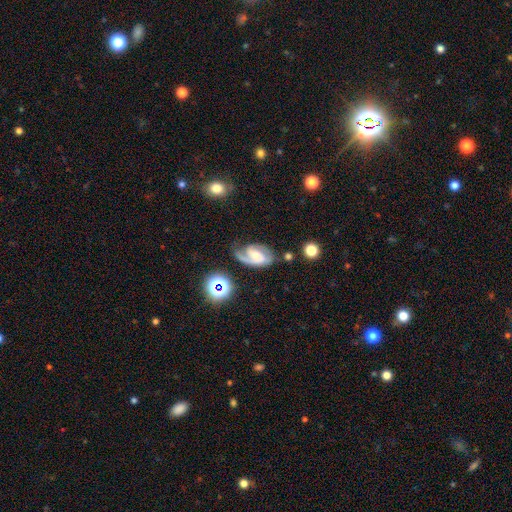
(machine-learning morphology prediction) smooth_or_featured: featured or disk (p=0.80) [alt: smooth p=0.12]
disk_edge_on: no (p=0.97) [alt: yes p=0.03]
bar: weak (p=0.43) [alt: no p=0.40]
has_spiral_arms: yes (p=0.95) [alt: no p=0.05]
spiral_winding: medium (p=0.48) [alt: tight p=0.34]
spiral_arm_count: 2 (p=0.62) [alt: 1 p=0.28]
bulge_size: small (p=0.49) [alt: moderate p=0.40]
merging: none (p=0.59) [alt: minor disturbance p=0.23]